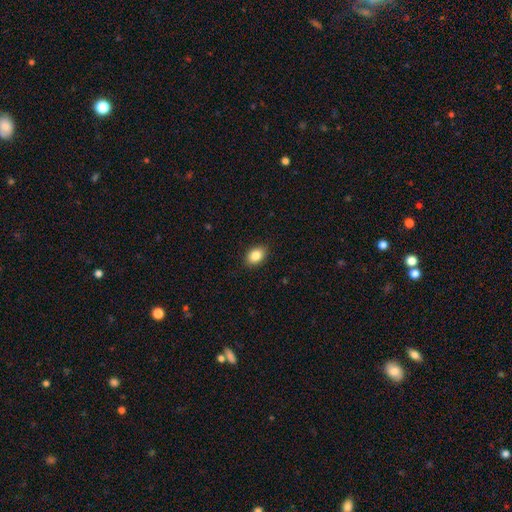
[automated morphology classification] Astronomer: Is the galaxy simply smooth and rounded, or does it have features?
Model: smooth — 85%.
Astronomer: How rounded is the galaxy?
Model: in between — 80%.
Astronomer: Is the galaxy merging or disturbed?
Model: none — 89%.